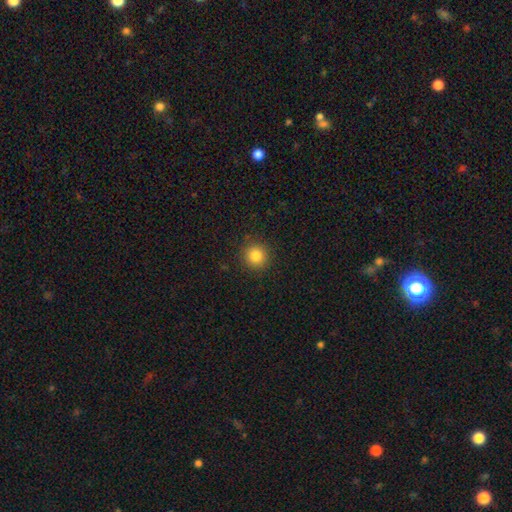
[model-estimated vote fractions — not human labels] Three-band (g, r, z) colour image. It shows a smooth galaxy with no disk features (83%) that is round (93%). Merging: none (91%).